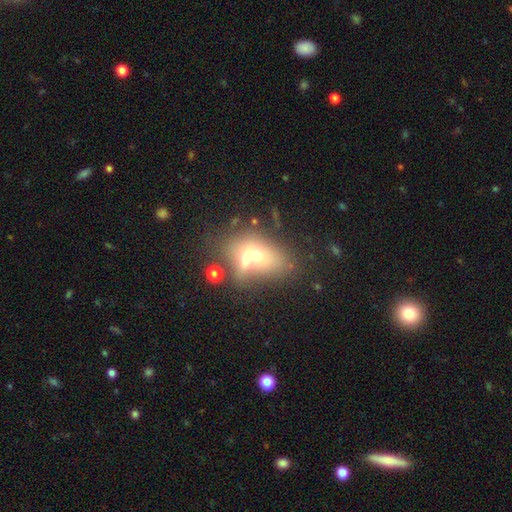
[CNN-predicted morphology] type=smooth (49%); merging=merger (55%).